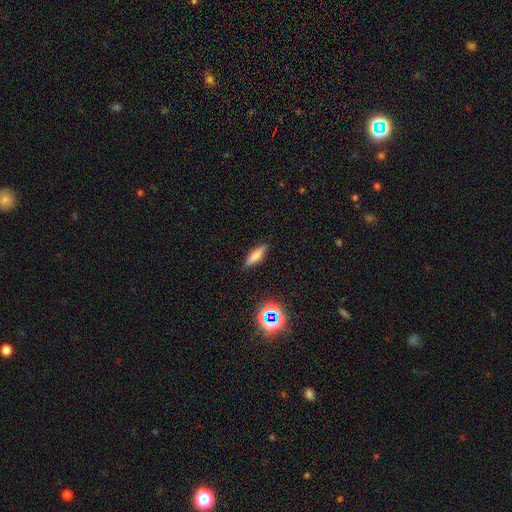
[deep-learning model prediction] smooth_or_featured: smooth (p=0.69) [alt: featured or disk p=0.20]
how_rounded: cigar-shaped (p=0.61) [alt: in between p=0.36]
merging: none (p=0.85) [alt: minor disturbance p=0.11]